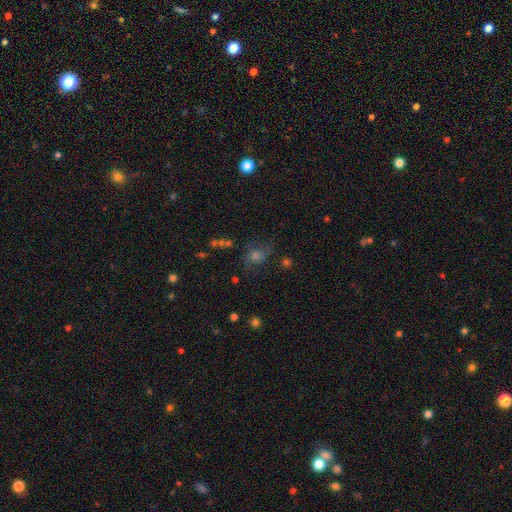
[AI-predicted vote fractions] Smooth or featured? smooth (41%)
Merging? none (62%)